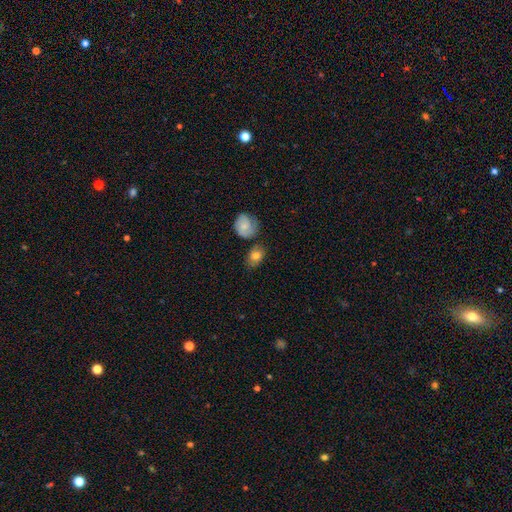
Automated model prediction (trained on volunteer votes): A smooth galaxy with no disk features (77%) that is in between round and cigar-shaped (70%). Merging: none (65%).